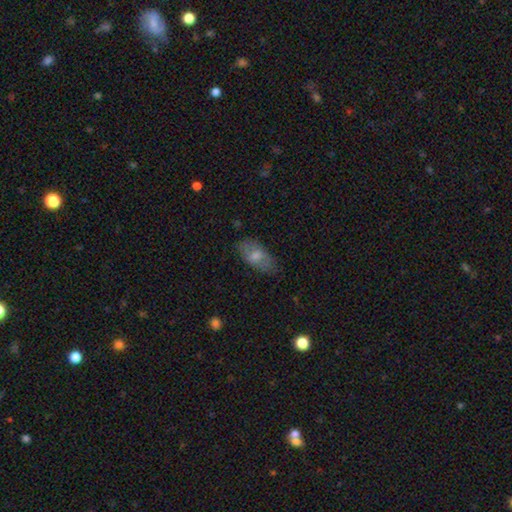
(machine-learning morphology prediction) Overall: smooth (60%; featured or disk 31%). How rounded: in between (87%). Merging: none (77%).